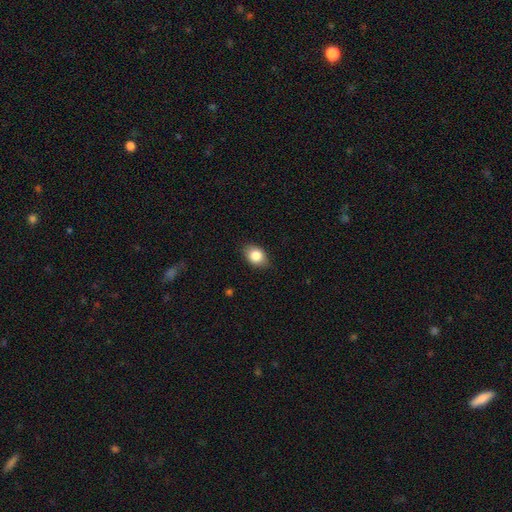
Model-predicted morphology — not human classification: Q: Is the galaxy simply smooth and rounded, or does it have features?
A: smooth — 83%.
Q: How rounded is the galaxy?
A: in between — 72%.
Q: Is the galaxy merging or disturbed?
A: none — 82%.